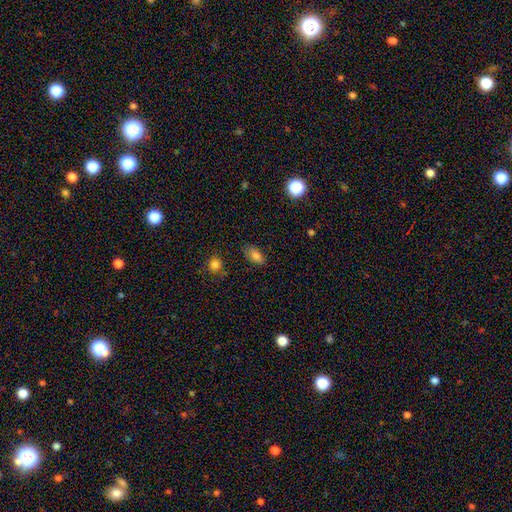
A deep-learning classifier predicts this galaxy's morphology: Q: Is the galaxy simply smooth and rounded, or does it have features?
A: smooth — 80%.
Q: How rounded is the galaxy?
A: in between — 89%.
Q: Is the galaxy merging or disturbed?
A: none — 75%.